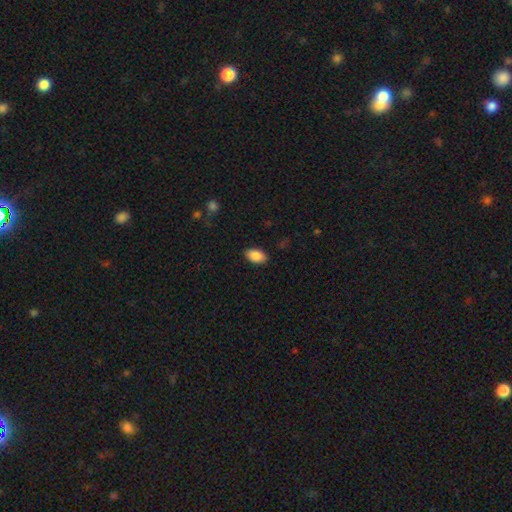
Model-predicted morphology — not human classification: smooth 88%, star or artifact 7%, featured or disk 5%. Down the decision tree: how rounded — in between (93%); merging — none (87%).